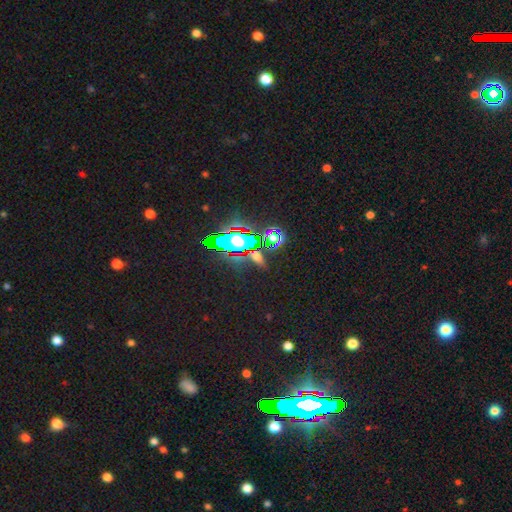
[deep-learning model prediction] Morphology: type=star or artifact (54%).